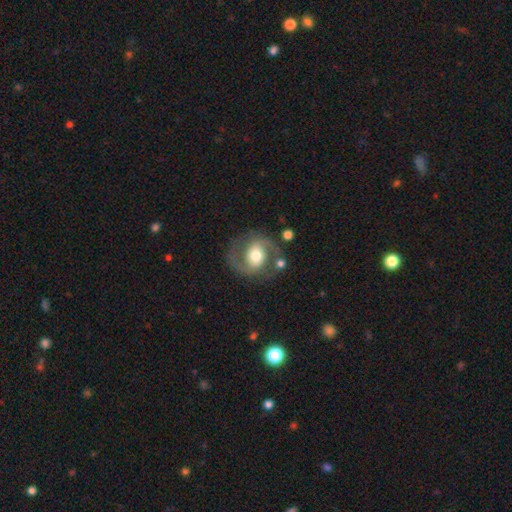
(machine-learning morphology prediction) This appears to be a featured or disk galaxy (78%) with no bar (41%), 2 (91%) medium (58%) spiral arms (88%) and a moderate central bulge (65%). Merging: none (73%).